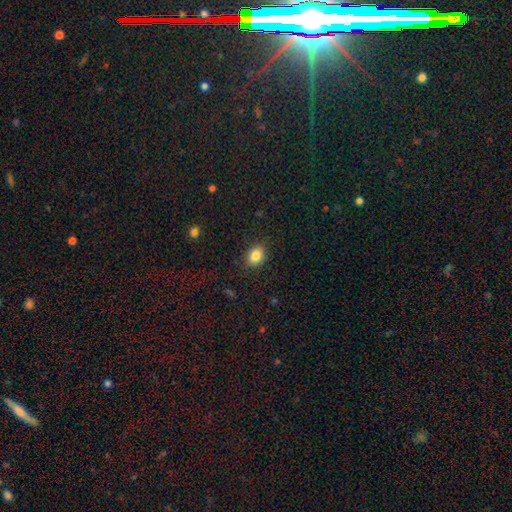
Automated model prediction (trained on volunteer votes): Smooth or featured: smooth — 85% (star or artifact — 10%)
How rounded: in between — 57% (round — 42%)
Merging: none — 86% (minor disturbance — 10%)